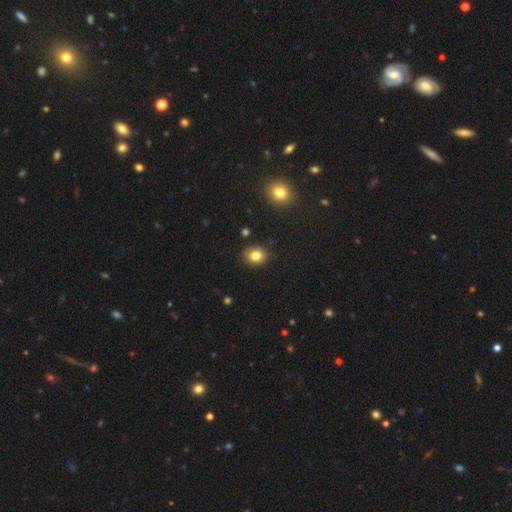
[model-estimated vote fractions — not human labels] smooth-or-featured: smooth: 82% | star or artifact: 11% | featured or disk: 7%
  how-rounded: round: 63% | in between: 36% | cigar-shaped: 1%
  merging: none: 88% | minor disturbance: 9% | major disturbance: 2% | merger: 2%